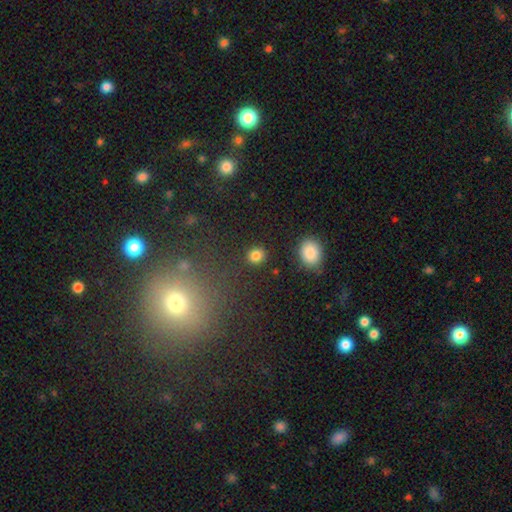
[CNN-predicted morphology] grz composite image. It shows a smooth galaxy with no disk features (84%) that is round (85%). Merging: none (87%).